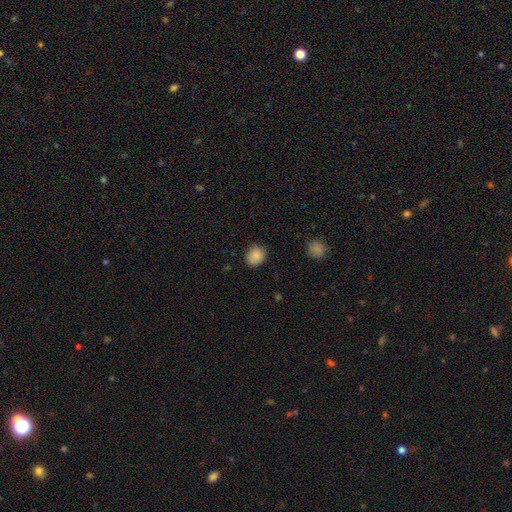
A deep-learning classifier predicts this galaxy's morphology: Smooth or featured? Predicted: smooth (p=0.86). How rounded? Predicted: round (p=0.72). Merging? Predicted: none (p=0.86).